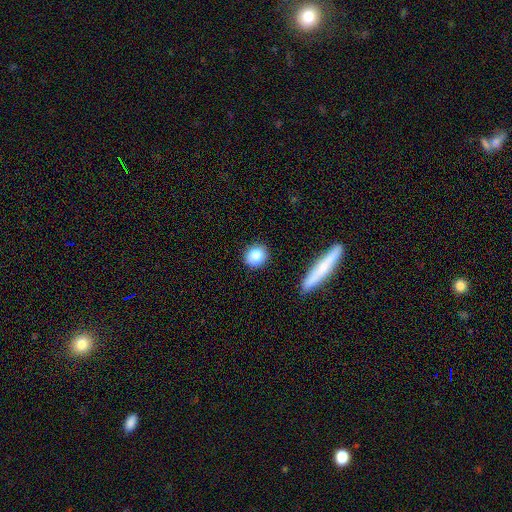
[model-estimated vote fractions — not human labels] Smooth or featured? smooth (85%)
How rounded? round (78%)
Merging? none (87%)